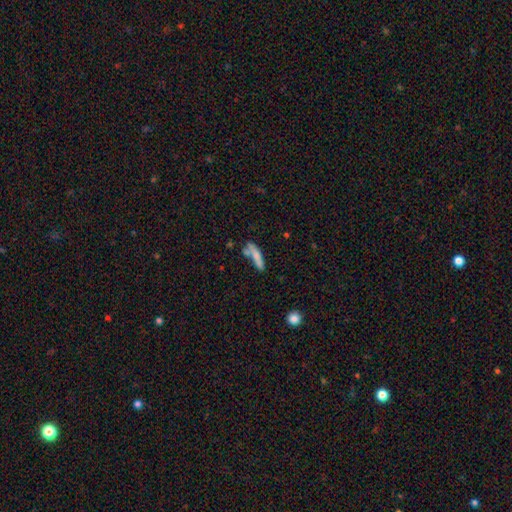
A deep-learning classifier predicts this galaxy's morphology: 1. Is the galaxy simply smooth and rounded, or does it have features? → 70% smooth, 21% featured or disk, 9% star or artifact.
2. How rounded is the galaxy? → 75% cigar-shaped, 22% in between, 3% round.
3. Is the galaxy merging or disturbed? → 46% none, 25% merger, 19% minor disturbance, 10% major disturbance.